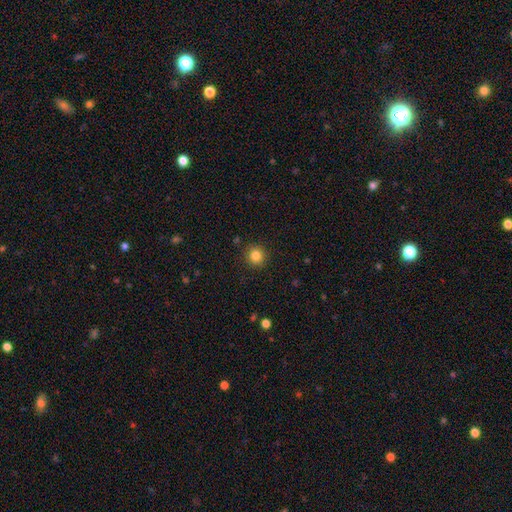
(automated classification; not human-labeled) The model was most divided on "smooth or featured": smooth: 83%, star or artifact: 11%, featured or disk: 6%. More confident: how rounded — round (93%); merging — none (90%).